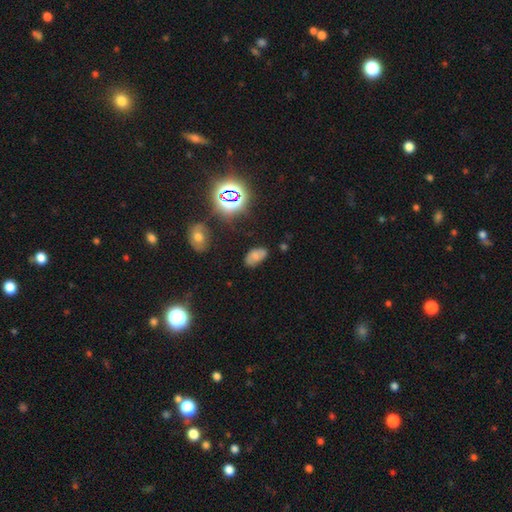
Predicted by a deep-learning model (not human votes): This appears to be a smooth galaxy with no disk features (58%) that is in between round and cigar-shaped (92%). Merging: none (71%).